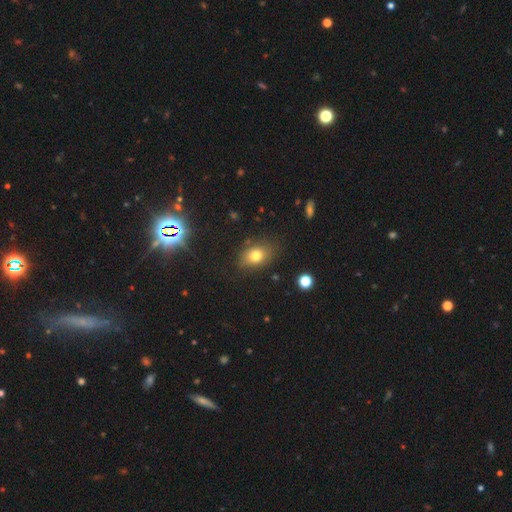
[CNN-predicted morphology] smooth 75%, star or artifact 13%, featured or disk 12%. Down the decision tree: how rounded — in between (70%); merging — none (79%).